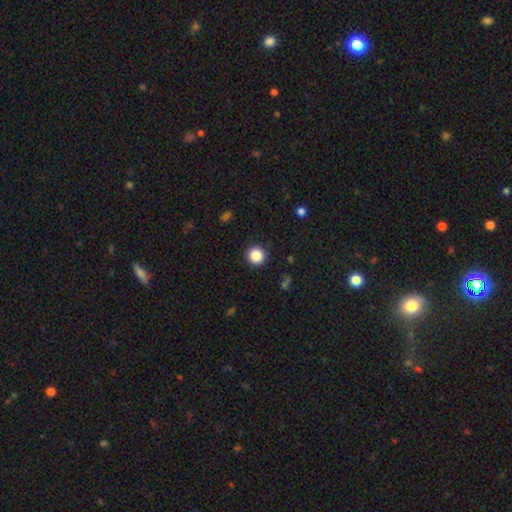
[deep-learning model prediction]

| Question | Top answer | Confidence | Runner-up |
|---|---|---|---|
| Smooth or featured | smooth | 86% | star or artifact (11%) |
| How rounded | round | 94% | in between (5%) |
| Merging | none | 91% | minor disturbance (6%) |